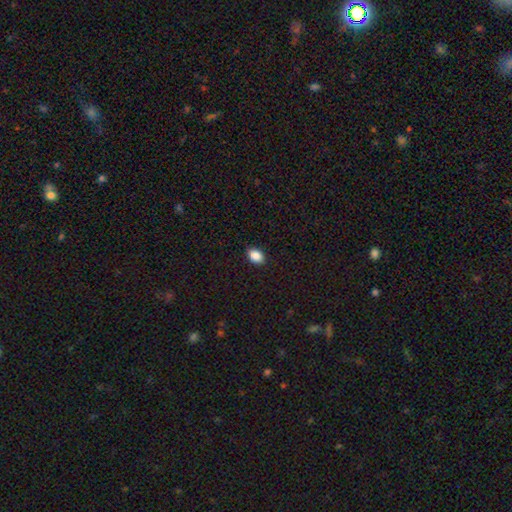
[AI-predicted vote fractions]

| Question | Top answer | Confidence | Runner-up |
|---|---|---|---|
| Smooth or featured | smooth | 88% | star or artifact (9%) |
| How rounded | in between | 78% | round (21%) |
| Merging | none | 89% | minor disturbance (8%) |